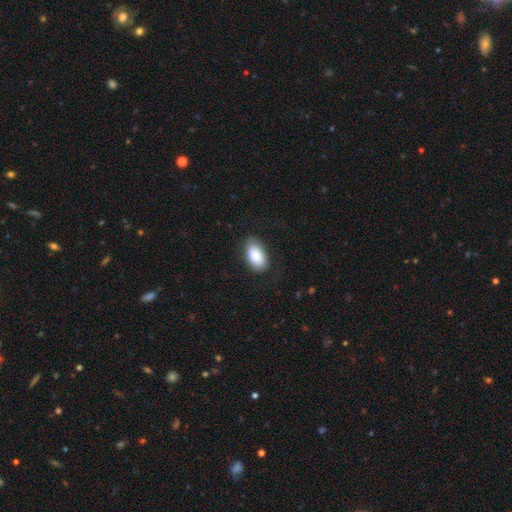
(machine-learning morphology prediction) Overall: smooth (88%). How rounded: in between (95%). Merging: none (80%).